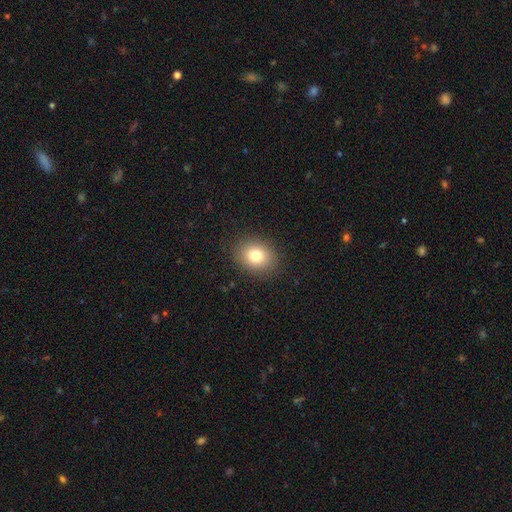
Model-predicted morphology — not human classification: smooth 79%, star or artifact 12%, featured or disk 9%. Down the decision tree: how rounded — round (57%); merging — none (89%).